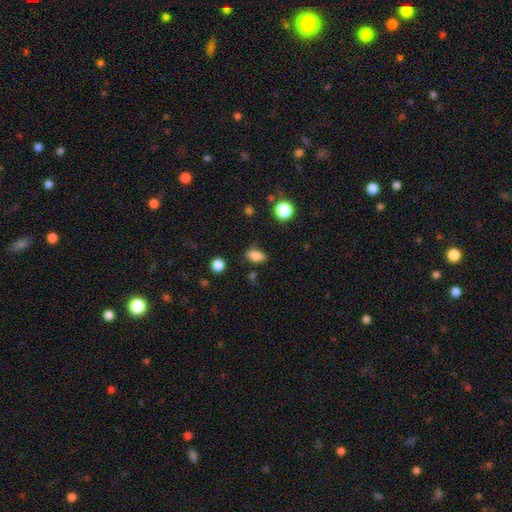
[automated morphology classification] Smooth or featured?
  - smooth: 84% *
  - star or artifact: 10%
  - featured or disk: 6%
How rounded?
  - in between: 86% *
  - round: 12%
  - cigar-shaped: 3%
Merging?
  - none: 79% *
  - minor disturbance: 15%
  - major disturbance: 4%
  - merger: 3%